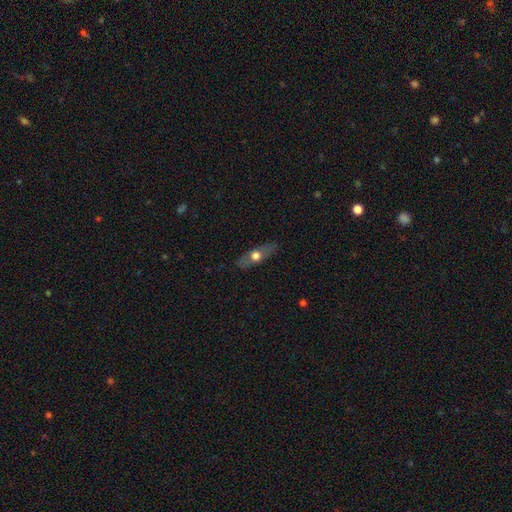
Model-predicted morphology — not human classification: Overall: smooth (47%, tied with featured or disk). Merging: none (83%).